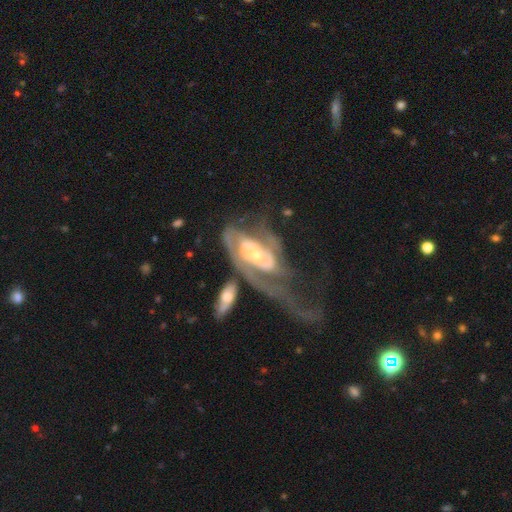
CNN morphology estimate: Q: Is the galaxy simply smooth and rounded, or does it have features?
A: featured or disk — 82%.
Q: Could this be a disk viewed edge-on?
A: no — 92%.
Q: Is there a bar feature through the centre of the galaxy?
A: no — 55%.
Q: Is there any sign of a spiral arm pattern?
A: yes — 85%.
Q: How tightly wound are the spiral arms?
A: tight — 45%.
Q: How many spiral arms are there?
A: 2 — 39%.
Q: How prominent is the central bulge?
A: small — 53%.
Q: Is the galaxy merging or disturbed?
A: major disturbance — 46%.